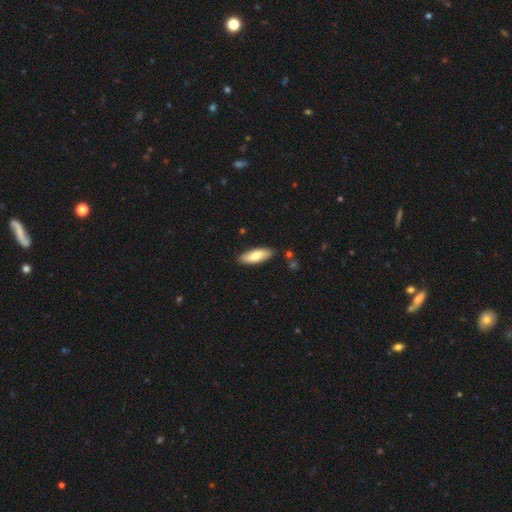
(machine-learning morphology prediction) Smooth or featured? Predicted: smooth (p=0.74). How rounded? Predicted: in between (p=0.68). Merging? Predicted: none (p=0.86).